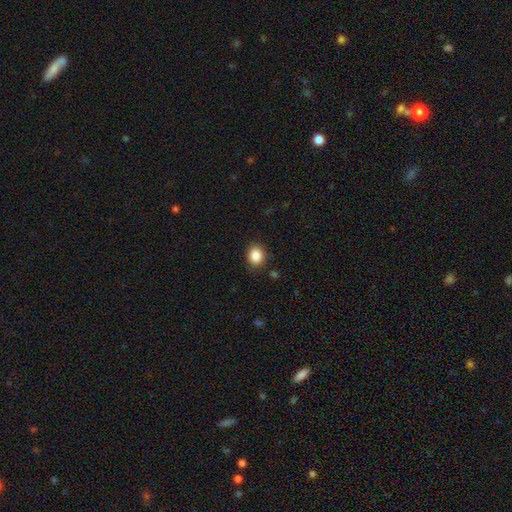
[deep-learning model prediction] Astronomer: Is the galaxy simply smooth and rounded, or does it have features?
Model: smooth — 87%.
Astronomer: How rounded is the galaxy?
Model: round — 66%.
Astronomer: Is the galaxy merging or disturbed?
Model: none — 87%.